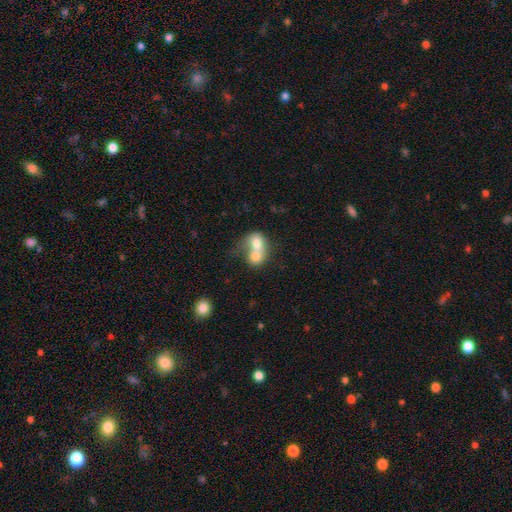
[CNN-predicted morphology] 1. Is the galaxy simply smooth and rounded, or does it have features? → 68% smooth, 24% featured or disk, 8% star or artifact.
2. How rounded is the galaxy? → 57% in between, 41% round, 1% cigar-shaped.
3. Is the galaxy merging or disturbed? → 79% merger, 11% none, 5% major disturbance, 5% minor disturbance.